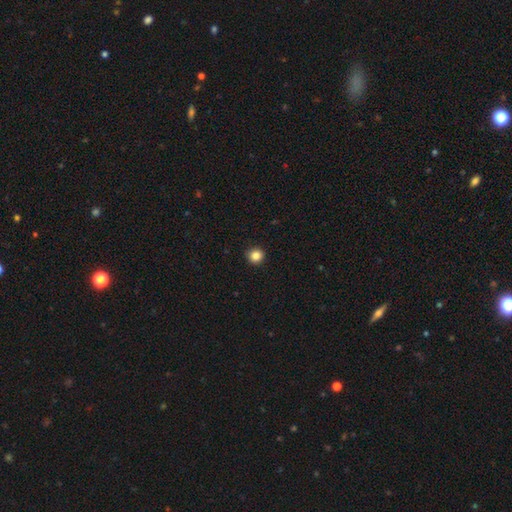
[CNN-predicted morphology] Overall: smooth (85%). How rounded: round (93%). Merging: none (91%).